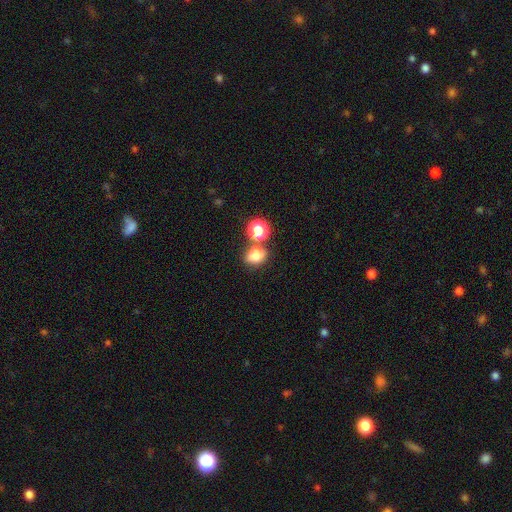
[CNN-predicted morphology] Smooth or featured? smooth (73%)
How rounded? in between (56%)
Merging? none (47%)